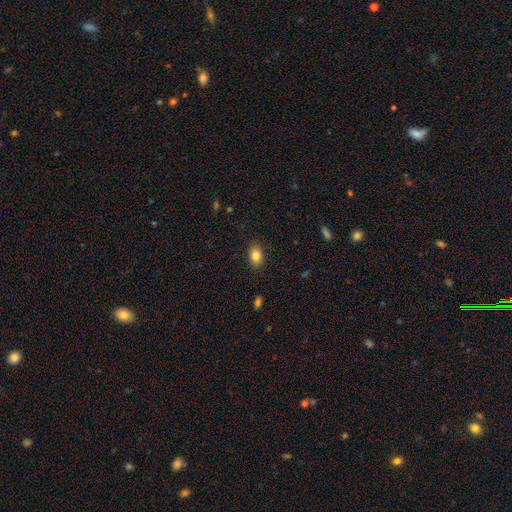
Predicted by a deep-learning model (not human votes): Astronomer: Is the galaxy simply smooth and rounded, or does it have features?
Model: smooth — 84%.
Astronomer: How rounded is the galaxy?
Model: in between — 79%.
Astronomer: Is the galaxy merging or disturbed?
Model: none — 87%.